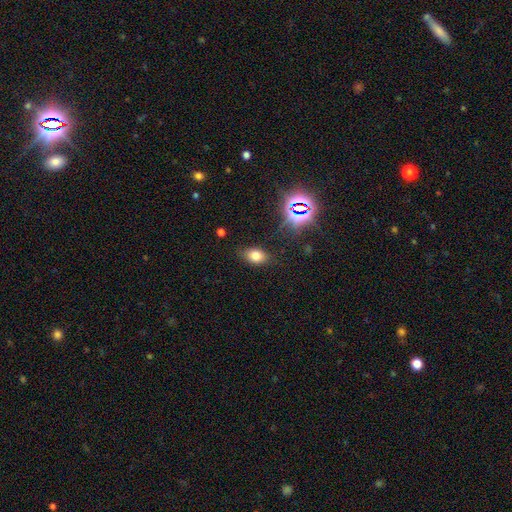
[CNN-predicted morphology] Smooth or featured: smooth — 72% (star or artifact — 19%)
How rounded: in between — 80% (round — 18%)
Merging: none — 82% (minor disturbance — 13%)